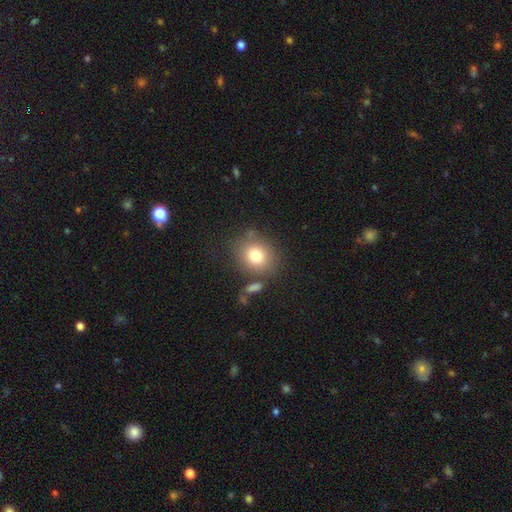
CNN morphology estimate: A smooth galaxy with no disk features (78%) that is round (69%).

Vote fractions:
- Smooth or featured? smooth: 78% / featured or disk: 11% / star or artifact: 11%
- How rounded? round: 69% / in between: 29% / cigar-shaped: 1%
- Merging? none: 72% / minor disturbance: 13% / merger: 9% / major disturbance: 6%